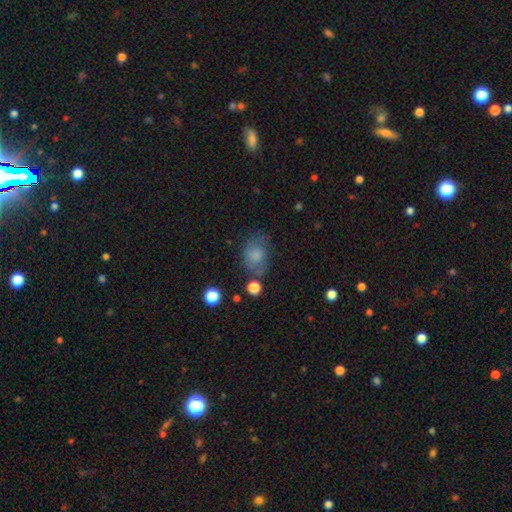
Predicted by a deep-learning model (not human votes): Q: Smooth or featured?
A: smooth (70%); runner-up: featured or disk (19%)
Q: How rounded?
A: in between (68%); runner-up: round (31%)
Q: Merging?
A: none (53%); runner-up: minor disturbance (27%)